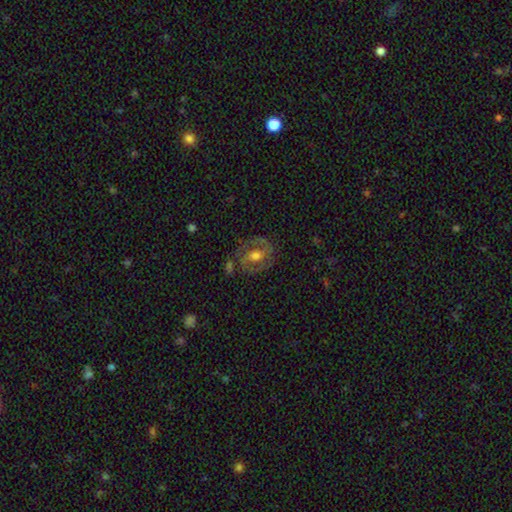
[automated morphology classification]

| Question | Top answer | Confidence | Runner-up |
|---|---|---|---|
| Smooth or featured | featured or disk | 68% | smooth (25%) |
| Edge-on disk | no | 95% | yes (5%) |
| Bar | weak | 40% | no (36%) |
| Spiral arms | yes | 71% | no (29%) |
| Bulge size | moderate | 68% | large (16%) |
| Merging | none | 73% | minor disturbance (16%) |